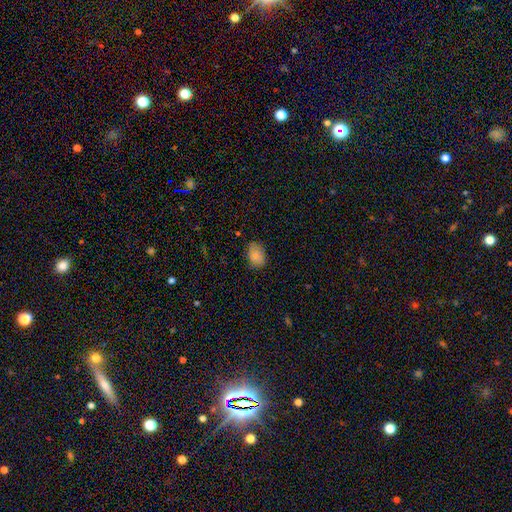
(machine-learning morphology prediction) Smooth or featured?
  - smooth: 84% *
  - star or artifact: 8%
  - featured or disk: 7%
How rounded?
  - in between: 73% *
  - round: 26%
  - cigar-shaped: 1%
Merging?
  - none: 77% *
  - minor disturbance: 18%
  - major disturbance: 4%
  - merger: 1%